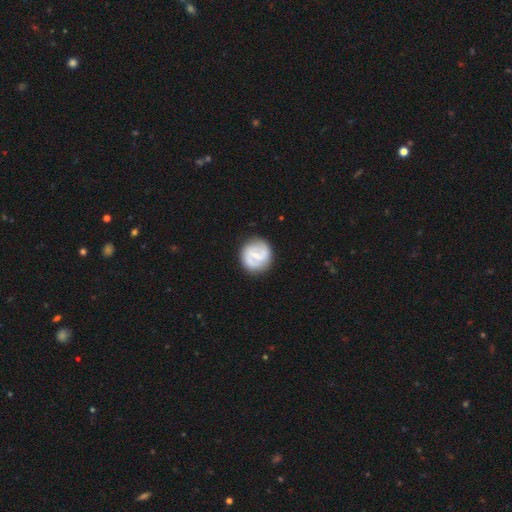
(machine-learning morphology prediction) Smooth or featured? Predicted: featured or disk (p=0.63). Edge-on disk? Predicted: no (p=0.98). Bar? Predicted: weak (p=0.50). Spiral arms? Predicted: yes (p=0.79). Bulge size? Predicted: small (p=0.53). Merging? Predicted: none (p=0.80).